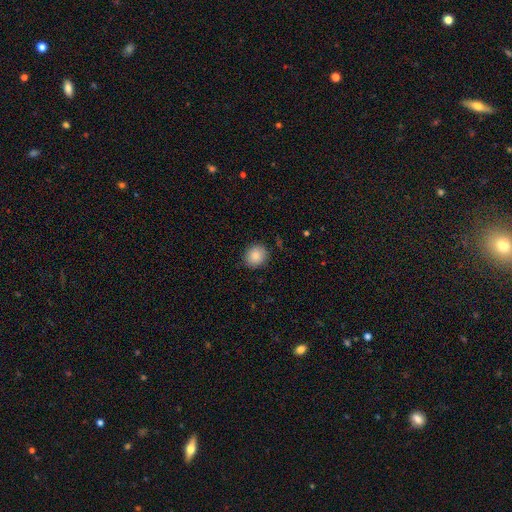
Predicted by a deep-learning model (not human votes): smooth 84%, star or artifact 9%, featured or disk 7%. Down the decision tree: how rounded — round (84%); merging — none (88%).